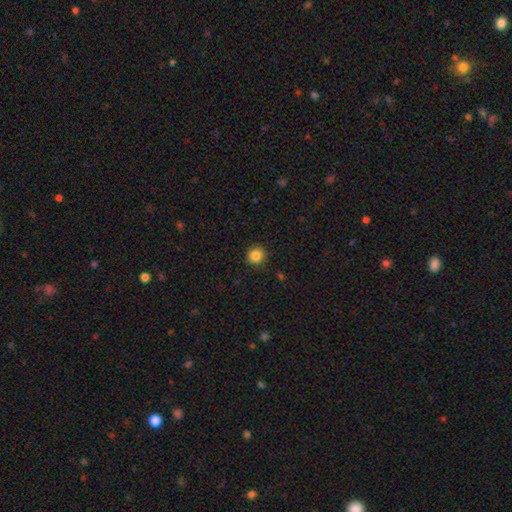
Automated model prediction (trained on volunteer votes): Smooth or featured? smooth (86%)
How rounded? round (93%)
Merging? none (91%)